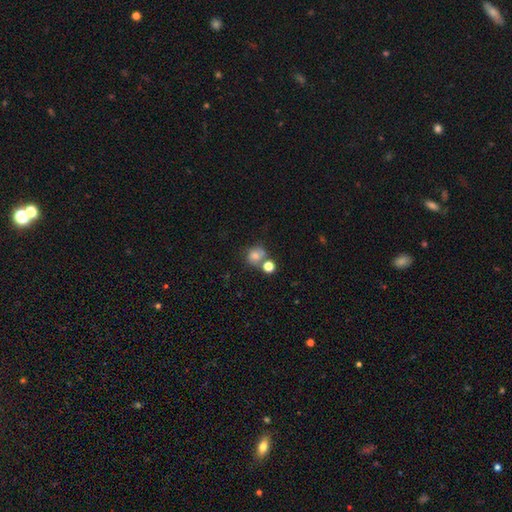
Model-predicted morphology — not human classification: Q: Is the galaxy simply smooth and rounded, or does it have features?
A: smooth — 72%.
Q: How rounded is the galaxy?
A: round — 78%.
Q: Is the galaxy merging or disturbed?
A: none — 49%.